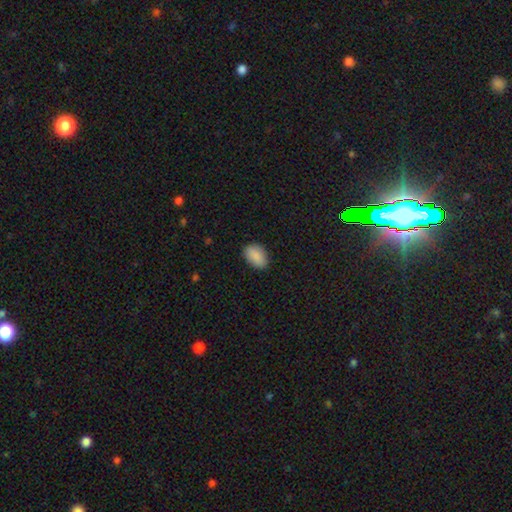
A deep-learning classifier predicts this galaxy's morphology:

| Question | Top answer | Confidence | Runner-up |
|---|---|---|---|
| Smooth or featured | smooth | 89% | star or artifact (7%) |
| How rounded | in between | 88% | round (10%) |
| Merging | none | 85% | minor disturbance (11%) |